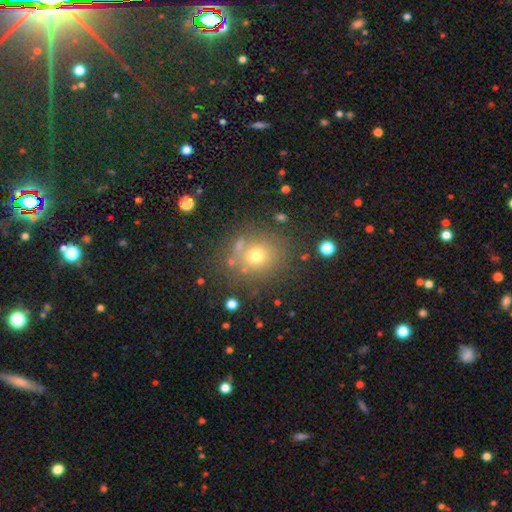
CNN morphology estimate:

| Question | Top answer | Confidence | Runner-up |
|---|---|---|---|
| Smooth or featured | smooth | 66% | star or artifact (21%) |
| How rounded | round | 82% | in between (17%) |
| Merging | none | 77% | minor disturbance (11%) |